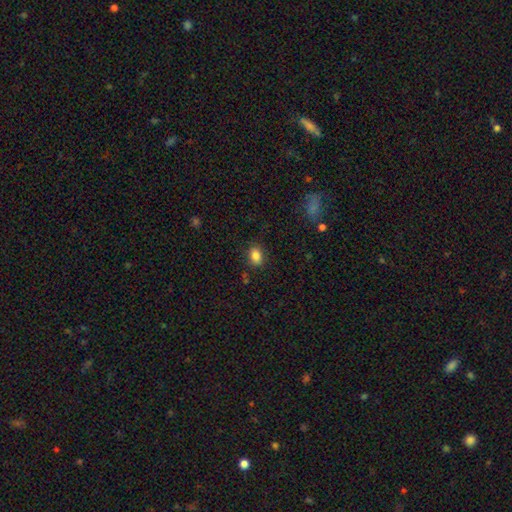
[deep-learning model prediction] A smooth galaxy with no disk features (84%) that is in between round and cigar-shaped (71%). Merging: none (85%).